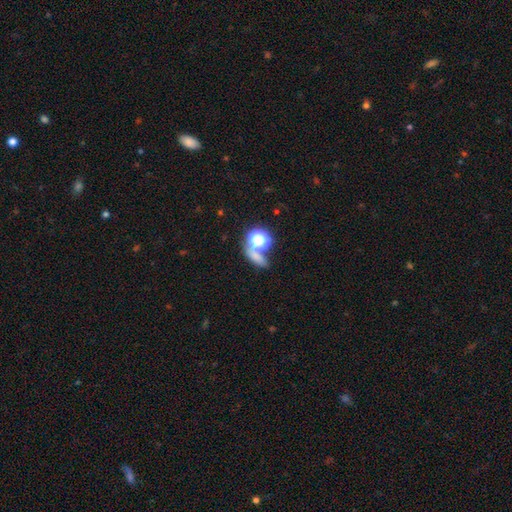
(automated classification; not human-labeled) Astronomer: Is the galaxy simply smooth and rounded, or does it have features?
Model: smooth — 63%.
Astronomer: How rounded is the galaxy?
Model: round — 44% (runner-up: in between, 41%).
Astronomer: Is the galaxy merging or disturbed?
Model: none — 60%.